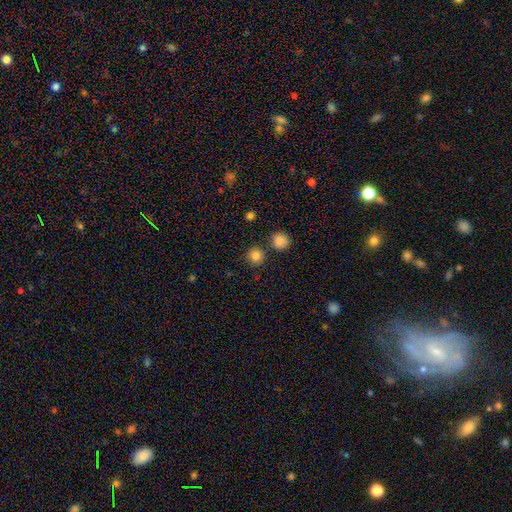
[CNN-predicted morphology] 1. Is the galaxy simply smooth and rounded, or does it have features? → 83% smooth, 12% star or artifact, 5% featured or disk.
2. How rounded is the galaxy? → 93% round, 6% in between, 1% cigar-shaped.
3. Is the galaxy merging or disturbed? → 82% none, 8% merger, 8% minor disturbance, 3% major disturbance.